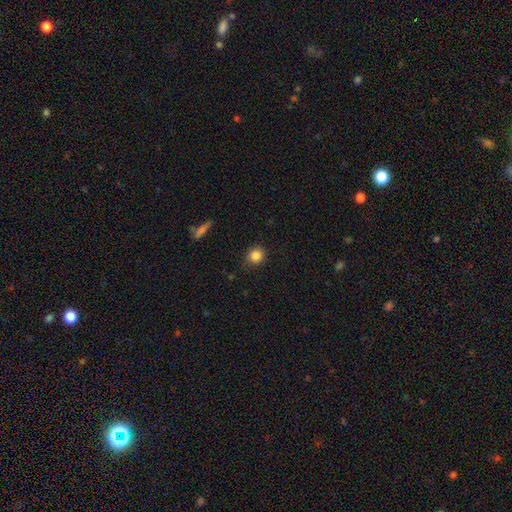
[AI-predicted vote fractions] Smooth or featured? Predicted: smooth (p=0.85). How rounded? Predicted: round (p=0.88). Merging? Predicted: none (p=0.89).